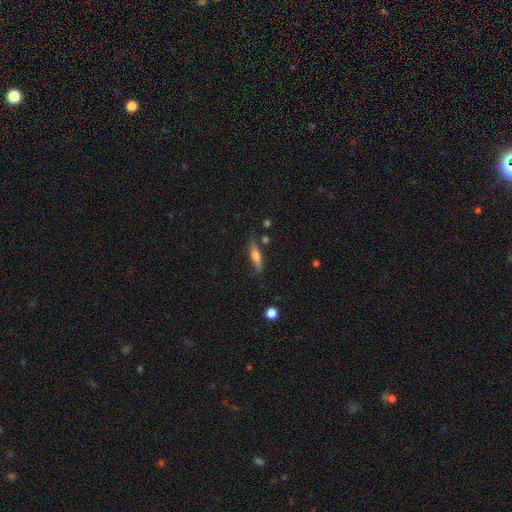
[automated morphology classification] This appears to be a smooth galaxy with no disk features (52%) that is cigar-shaped (74%). Merging: none (75%).